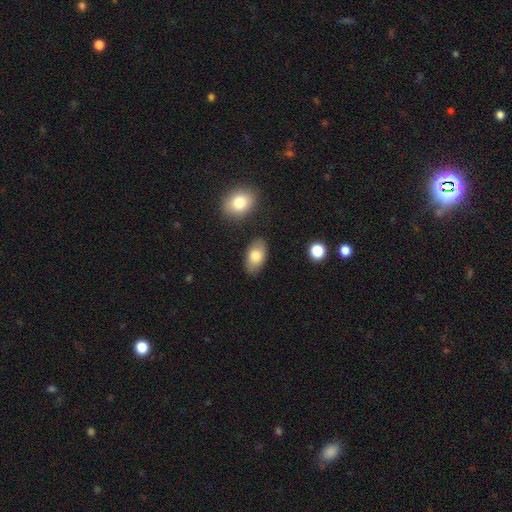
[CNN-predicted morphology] Overall: smooth (79%). How rounded: in between (93%). Merging: none (83%).